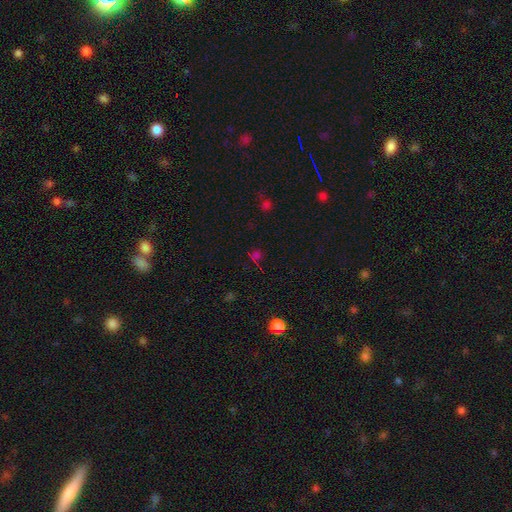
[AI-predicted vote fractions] smooth_or_featured: star or artifact (p=0.54) [alt: smooth p=0.38]